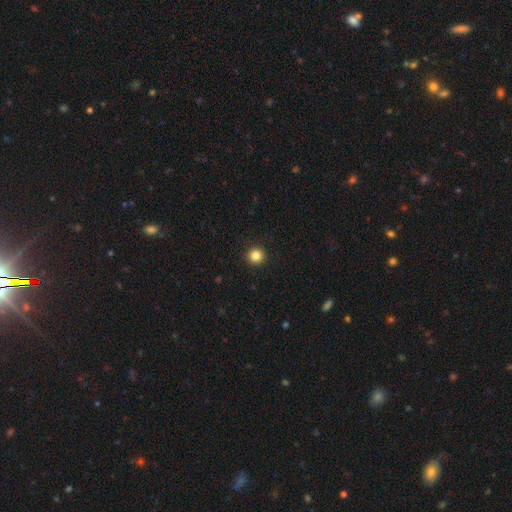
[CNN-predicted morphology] Smooth or featured? Predicted: smooth (p=0.84). How rounded? Predicted: round (p=0.94). Merging? Predicted: none (p=0.93).